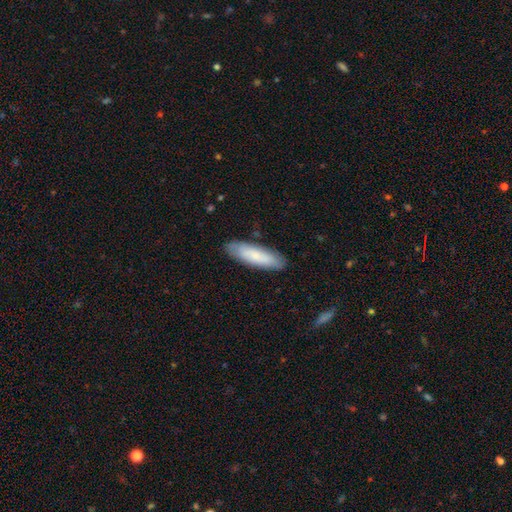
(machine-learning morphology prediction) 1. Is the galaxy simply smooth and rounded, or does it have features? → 76% smooth, 19% featured or disk, 6% star or artifact.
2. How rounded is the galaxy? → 62% cigar-shaped, 37% in between, 1% round.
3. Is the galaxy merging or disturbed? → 86% none, 11% minor disturbance, 2% major disturbance, 1% merger.